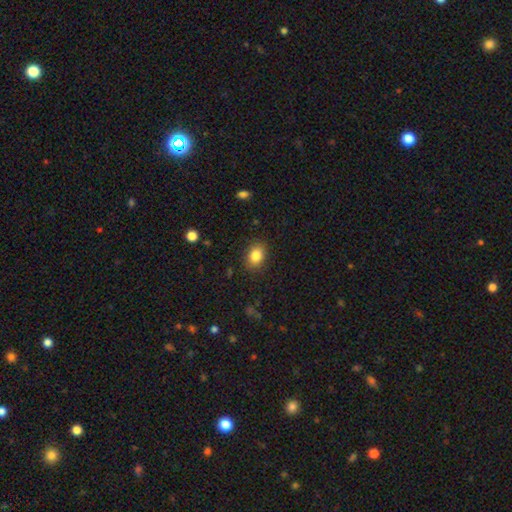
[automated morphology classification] This is clearly a smooth galaxy (85%). How rounded: likely in between (70%). Merging: clearly none (87%).